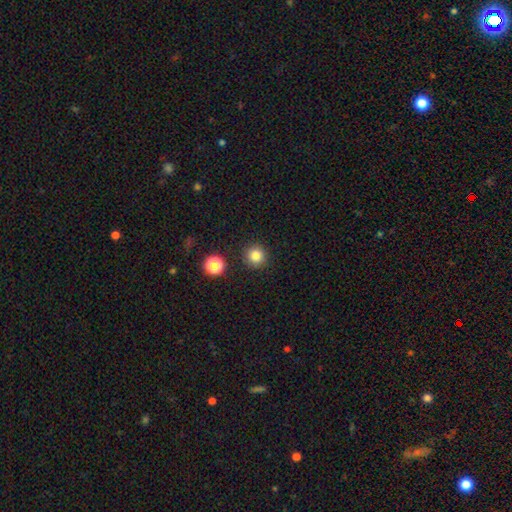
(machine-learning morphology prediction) Q: Smooth or featured?
A: smooth (81%); runner-up: star or artifact (13%)
Q: How rounded?
A: round (95%); runner-up: in between (4%)
Q: Merging?
A: none (91%); runner-up: minor disturbance (5%)